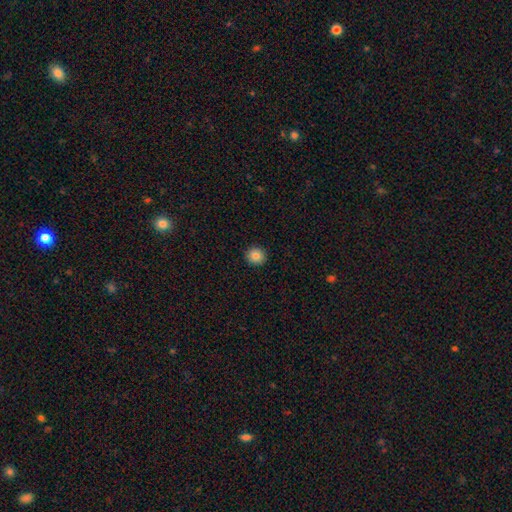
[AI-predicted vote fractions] Smooth or featured?
  - smooth: 83% *
  - star or artifact: 10%
  - featured or disk: 7%
How rounded?
  - round: 91% *
  - in between: 8%
  - cigar-shaped: 1%
Merging?
  - none: 92% *
  - minor disturbance: 5%
  - major disturbance: 2%
  - merger: 1%